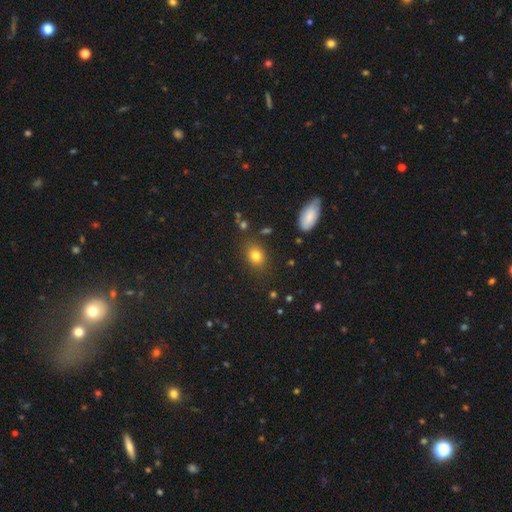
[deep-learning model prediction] Smooth or featured?
  - smooth: 77% *
  - star or artifact: 13%
  - featured or disk: 9%
How rounded?
  - in between: 58% *
  - round: 41%
  - cigar-shaped: 2%
Merging?
  - none: 83% *
  - minor disturbance: 11%
  - major disturbance: 3%
  - merger: 3%